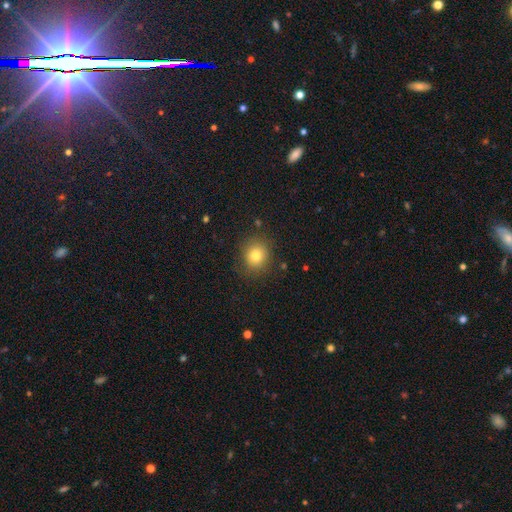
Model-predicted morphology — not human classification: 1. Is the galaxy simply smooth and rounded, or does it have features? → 79% smooth, 12% star or artifact, 9% featured or disk.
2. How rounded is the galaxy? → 83% round, 16% in between, 1% cigar-shaped.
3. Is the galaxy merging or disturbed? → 84% none, 11% minor disturbance, 4% major disturbance, 1% merger.